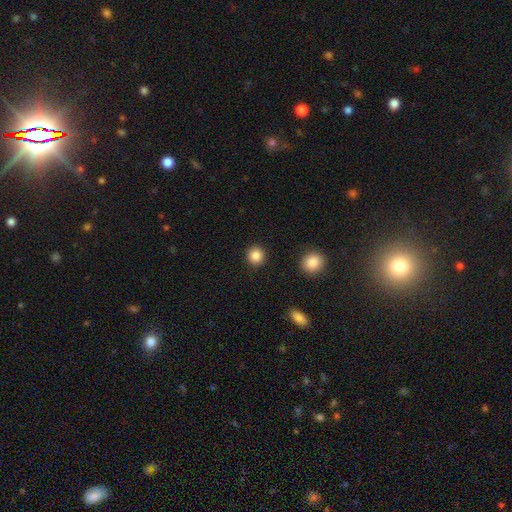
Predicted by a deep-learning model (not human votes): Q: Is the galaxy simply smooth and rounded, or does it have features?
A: smooth — 86%.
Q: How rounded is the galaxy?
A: round — 93%.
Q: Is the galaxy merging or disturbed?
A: none — 92%.